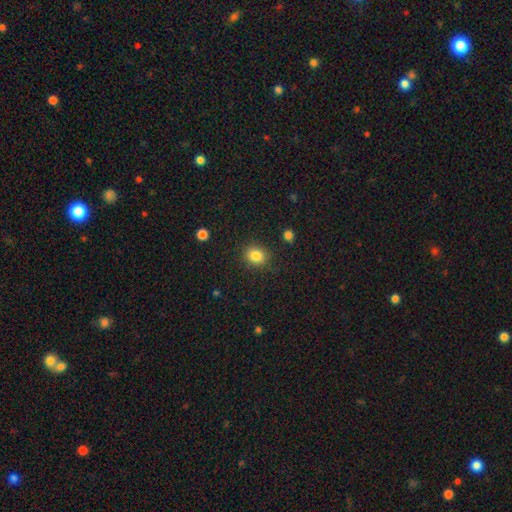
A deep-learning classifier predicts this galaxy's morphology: Smooth or featured: smooth — 84% (star or artifact — 11%)
How rounded: round — 68% (in between — 31%)
Merging: none — 87% (minor disturbance — 9%)